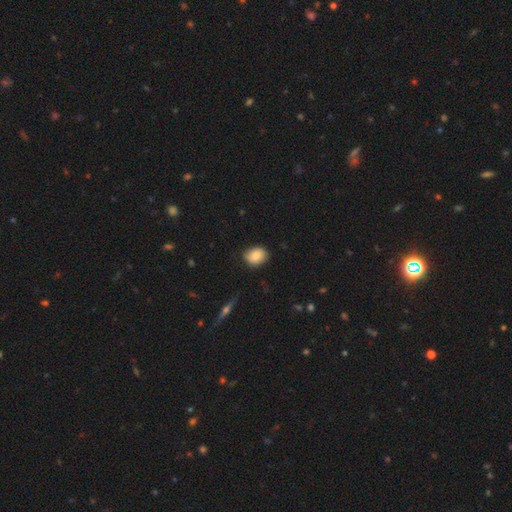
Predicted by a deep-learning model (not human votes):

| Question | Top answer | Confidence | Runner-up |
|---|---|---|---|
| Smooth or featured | smooth | 83% | featured or disk (10%) |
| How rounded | in between | 56% | round (42%) |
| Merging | none | 80% | minor disturbance (16%) |